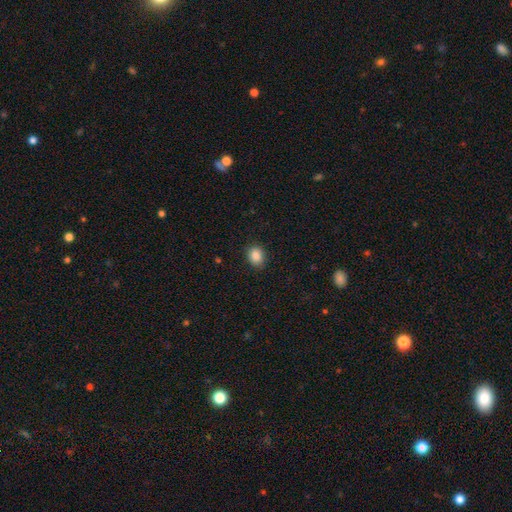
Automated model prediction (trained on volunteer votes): smooth-or-featured: smooth: 88% | star or artifact: 9% | featured or disk: 3%
  how-rounded: round: 50% | in between: 49% | cigar-shaped: 1%
  merging: none: 88% | minor disturbance: 9% | major disturbance: 2% | merger: 1%